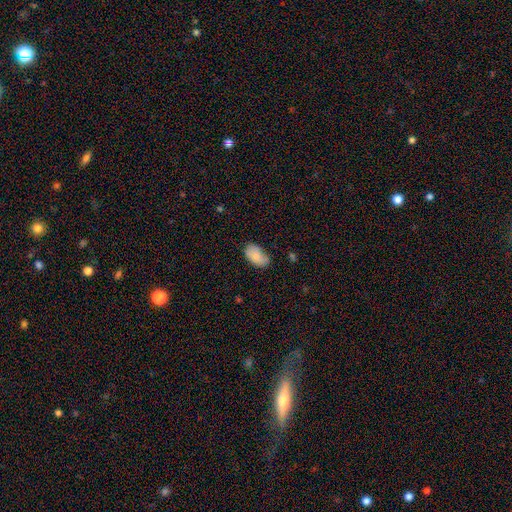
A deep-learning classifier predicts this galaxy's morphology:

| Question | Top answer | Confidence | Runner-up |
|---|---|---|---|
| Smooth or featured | smooth | 85% | featured or disk (8%) |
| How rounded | in between | 94% | round (5%) |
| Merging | none | 65% | minor disturbance (27%) |